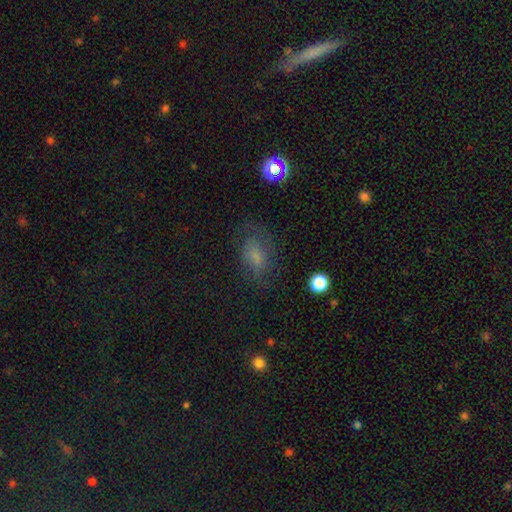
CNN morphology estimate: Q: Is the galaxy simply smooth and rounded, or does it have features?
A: smooth — 60%.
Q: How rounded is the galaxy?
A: in between — 83%.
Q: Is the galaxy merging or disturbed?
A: none — 59%.